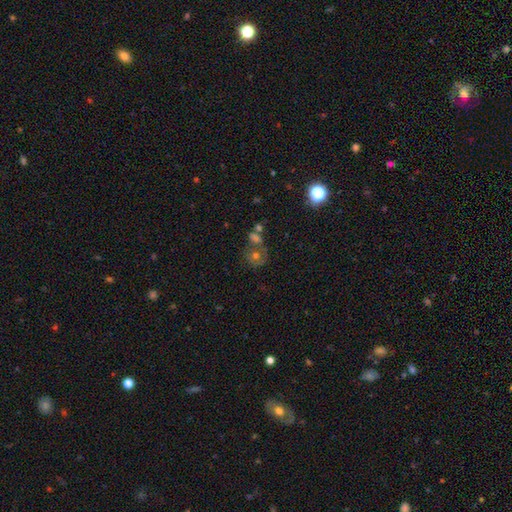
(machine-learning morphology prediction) The model was most divided on "smooth or featured" (2-way tie): featured or disk: 38%, smooth: 38%, star or artifact: 24%. Remaining: merging — none (49%).